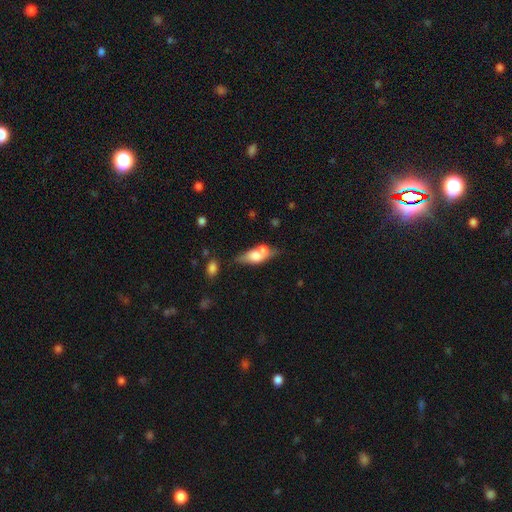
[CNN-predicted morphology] Overall: smooth (58%; featured or disk 34%). How rounded: in between (64%; cigar-shaped 31%). Merging: none (44%; merger 29%).